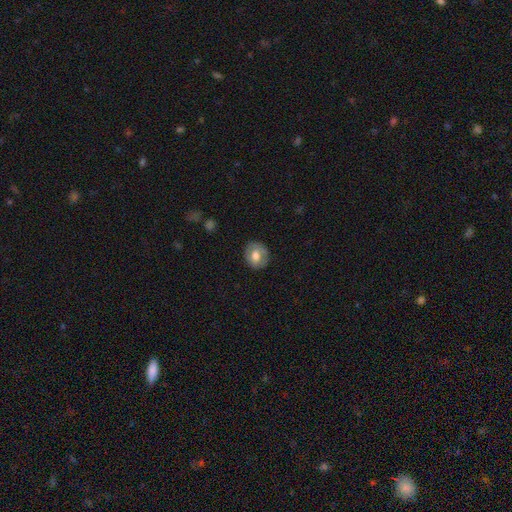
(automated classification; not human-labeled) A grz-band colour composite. It shows a smooth galaxy with no disk features (64%) that is round (65%). Merging: none (80%).